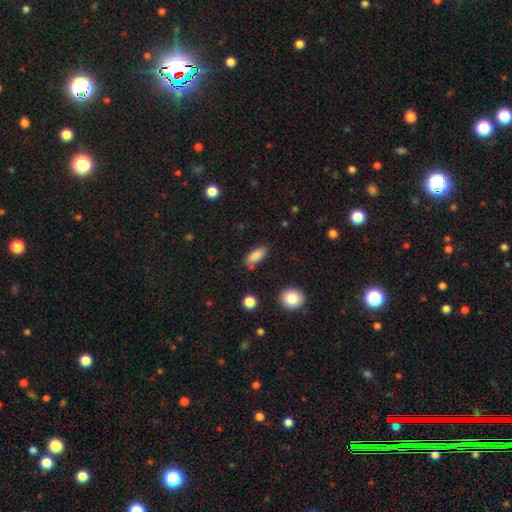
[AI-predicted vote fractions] Smooth or featured: smooth — 84% (star or artifact — 8%)
How rounded: in between — 83% (cigar-shaped — 14%)
Merging: none — 74% (minor disturbance — 18%)